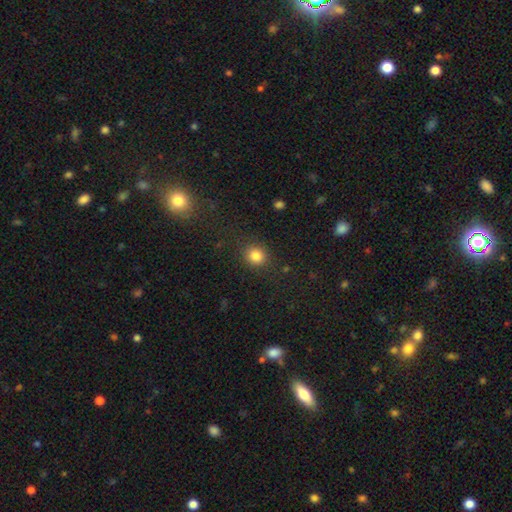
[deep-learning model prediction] smooth 83%, star or artifact 12%, featured or disk 5%. Down the decision tree: how rounded — round (81%); merging — none (87%).